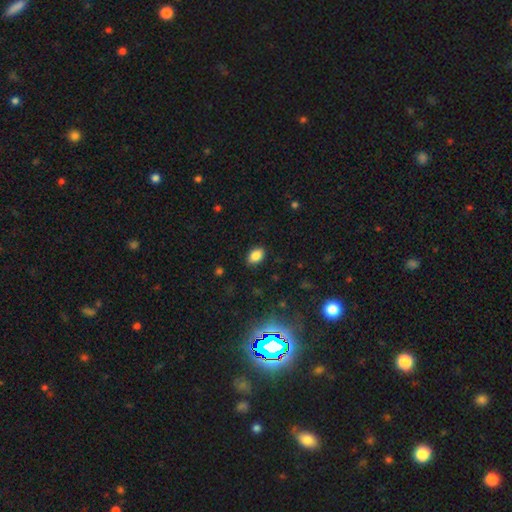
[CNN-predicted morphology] Smooth or featured? smooth (84%)
How rounded? in between (84%)
Merging? none (87%)